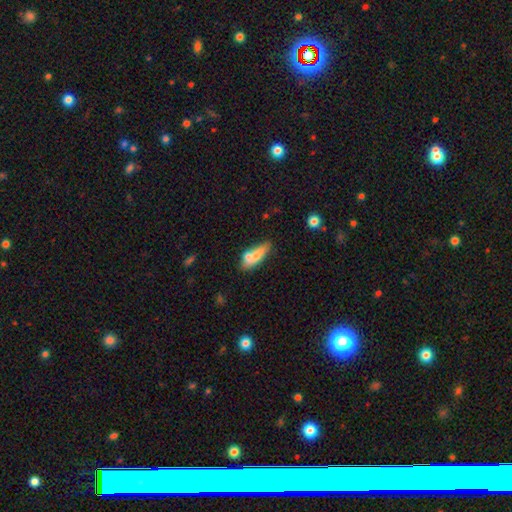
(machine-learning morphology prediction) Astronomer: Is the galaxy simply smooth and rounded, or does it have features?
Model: smooth — 71%.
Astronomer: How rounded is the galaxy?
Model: in between — 55% (runner-up: cigar-shaped, 42%).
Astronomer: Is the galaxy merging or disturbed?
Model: none — 45% (runner-up: merger, 30%).